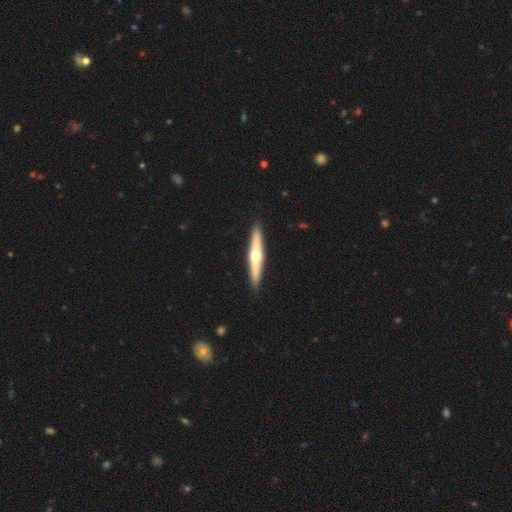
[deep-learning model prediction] Q: Smooth or featured?
A: featured or disk (62%); runner-up: smooth (34%)
Q: Edge-on disk?
A: yes (97%); runner-up: no (3%)
Q: Edge-on bulge?
A: rounded (92%); runner-up: none (6%)
Q: Merging?
A: none (92%); runner-up: minor disturbance (5%)